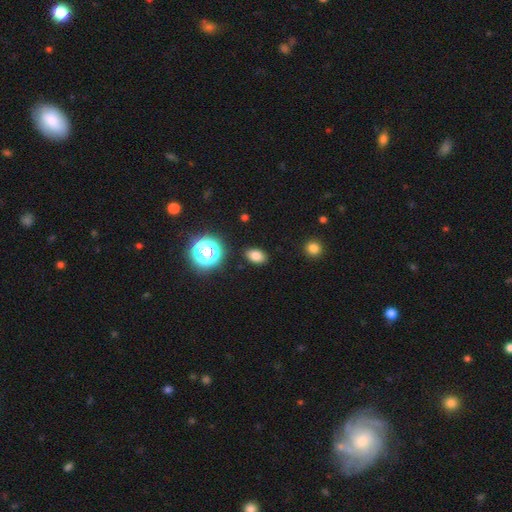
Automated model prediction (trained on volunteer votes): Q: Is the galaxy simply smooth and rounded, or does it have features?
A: smooth — 78%.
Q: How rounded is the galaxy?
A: in between — 80%.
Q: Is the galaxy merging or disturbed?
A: none — 88%.